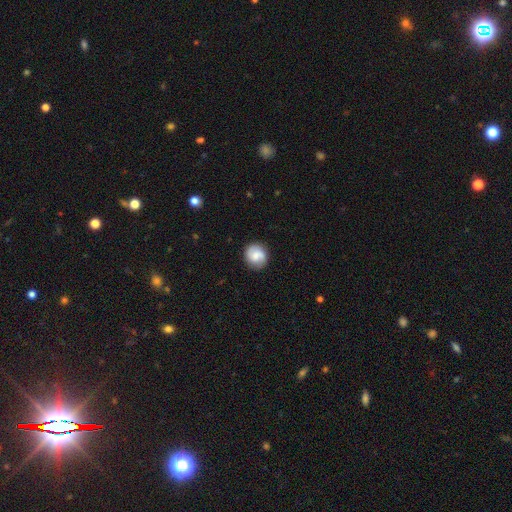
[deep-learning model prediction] Smooth or featured? Predicted: smooth (p=0.53). How rounded? Predicted: round (p=0.87). Merging? Predicted: none (p=0.85).